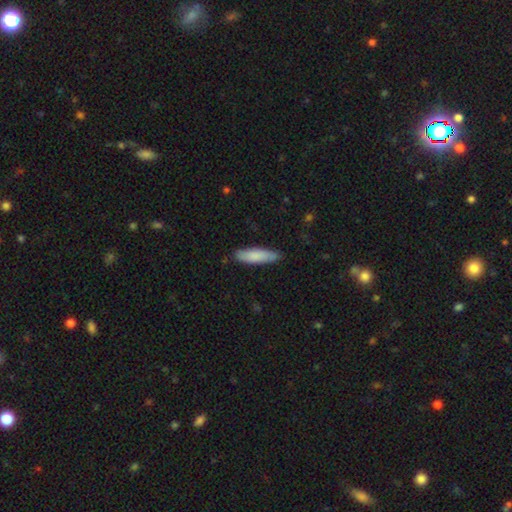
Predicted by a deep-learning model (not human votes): smooth_or_featured: smooth (p=0.83) [alt: featured or disk p=0.12]
how_rounded: cigar-shaped (p=0.66) [alt: in between p=0.33]
merging: none (p=0.82) [alt: minor disturbance p=0.15]